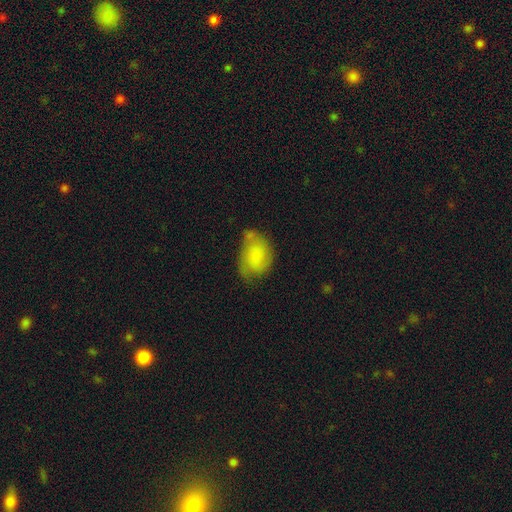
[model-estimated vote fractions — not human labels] Morphology: type=smooth (65%); roundness=in between (77%); merging=none (47%).